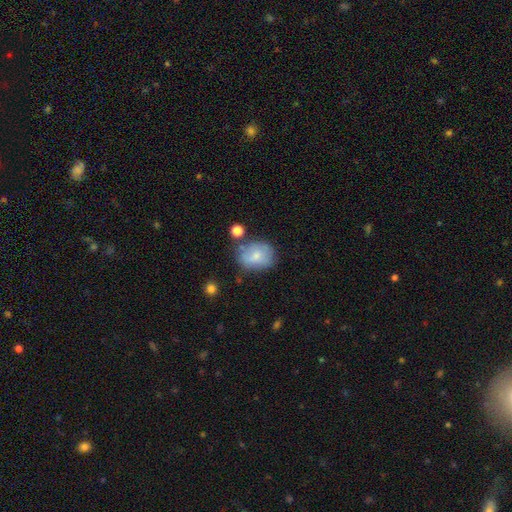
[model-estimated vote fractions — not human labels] smooth 69%, featured or disk 23%, star or artifact 8%. Down the decision tree: how rounded — in between (58%); merging — none (54%).